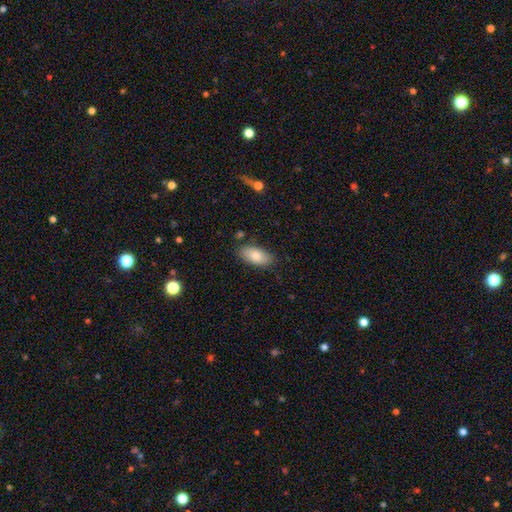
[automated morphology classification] Q: Smooth or featured?
A: smooth (81%); runner-up: featured or disk (12%)
Q: How rounded?
A: in between (91%); runner-up: cigar-shaped (6%)
Q: Merging?
A: none (82%); runner-up: minor disturbance (13%)